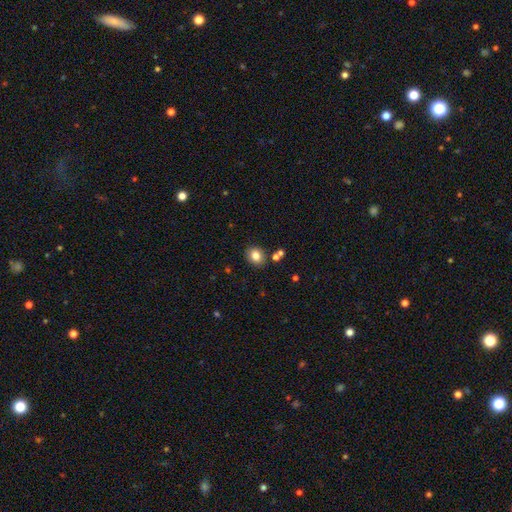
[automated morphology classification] smooth 82%, star or artifact 11%, featured or disk 7%. Down the decision tree: how rounded — round (59%); merging — none (83%).